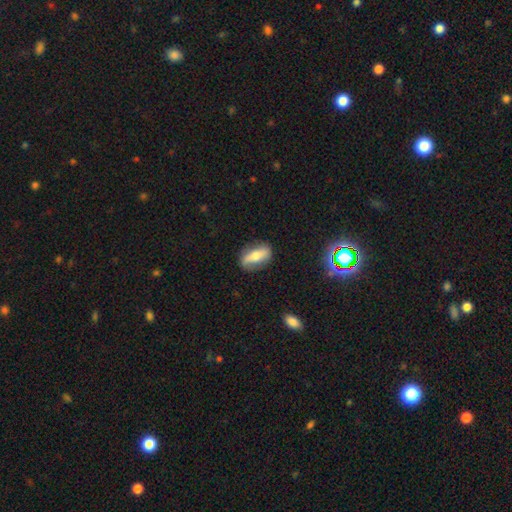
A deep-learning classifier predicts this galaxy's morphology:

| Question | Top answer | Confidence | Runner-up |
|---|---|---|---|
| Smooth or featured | smooth | 46% | tied: featured or disk (46%) |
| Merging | none | 80% | minor disturbance (14%) |